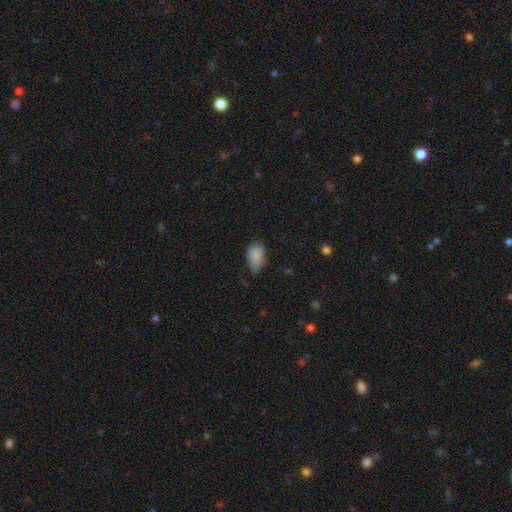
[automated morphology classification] Smooth or featured?
  - smooth: 83% *
  - star or artifact: 9%
  - featured or disk: 8%
How rounded?
  - in between: 88% *
  - round: 10%
  - cigar-shaped: 2%
Merging?
  - minor disturbance: 44% *
  - none: 43%
  - major disturbance: 11%
  - merger: 2%